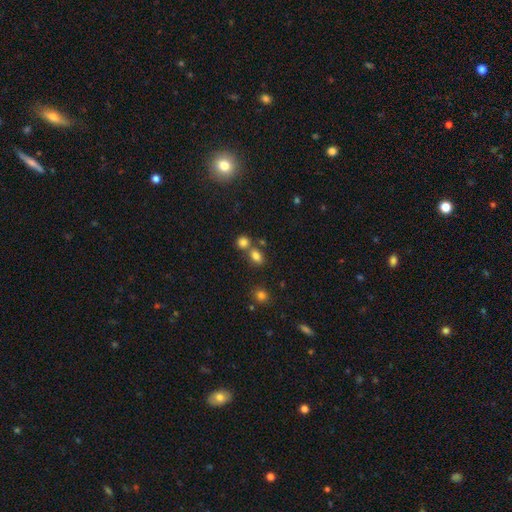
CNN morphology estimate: This appears to be a smooth galaxy with no disk features (79%) that is in between round and cigar-shaped (72%). Merging: none (56%).